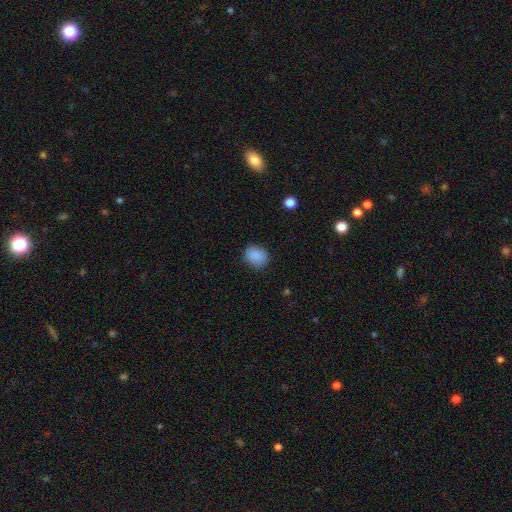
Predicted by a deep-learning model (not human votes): Smooth or featured: smooth — 88% (star or artifact — 9%)
How rounded: round — 60% (in between — 39%)
Merging: none — 83% (minor disturbance — 13%)